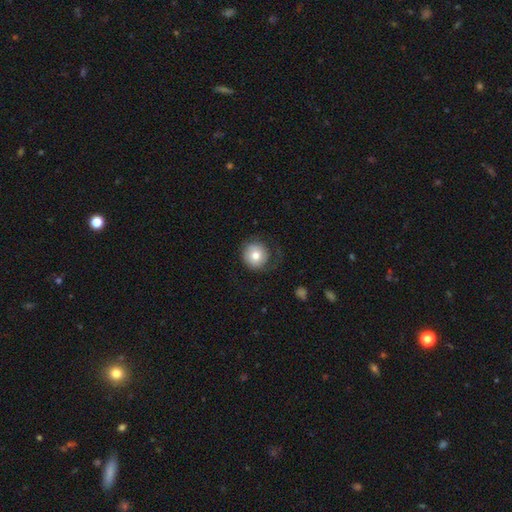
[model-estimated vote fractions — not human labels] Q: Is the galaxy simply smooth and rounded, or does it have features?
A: smooth — 71%.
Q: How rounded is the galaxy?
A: round — 90%.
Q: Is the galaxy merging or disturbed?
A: none — 58%.